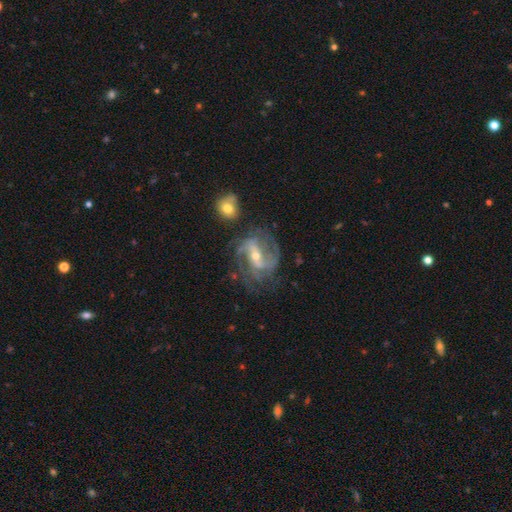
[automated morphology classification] Smooth or featured?
  - featured or disk: 88% *
  - star or artifact: 7%
  - smooth: 5%
Edge-on disk?
  - no: 96% *
  - yes: 4%
Bar?
  - strong: 46% *
  - weak: 37%
  - no: 17%
Spiral arms?
  - yes: 96% *
  - no: 4%
Spiral winding?
  - medium: 48% *
  - tight: 27%
  - loose: 25%
Spiral arm count?
  - 2: 47% *
  - 3: 21%
  - can't tell: 17%
  - 4: 7%
  - 1: 4%
  - more than 4: 4%
Bulge size?
  - small: 53% *
  - moderate: 43%
  - large: 2%
  - none: 1%
  - dominant: 1%
Merging?
  - none: 62% *
  - minor disturbance: 19%
  - major disturbance: 14%
  - merger: 5%